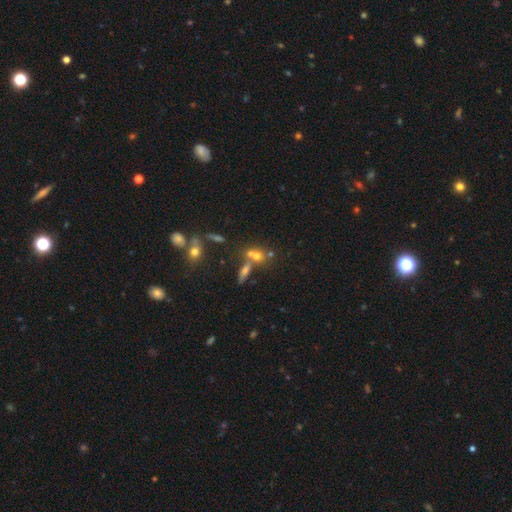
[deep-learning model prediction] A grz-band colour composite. It shows a smooth galaxy with no disk features (56%) that is round (60%). Merging: merger (49%).